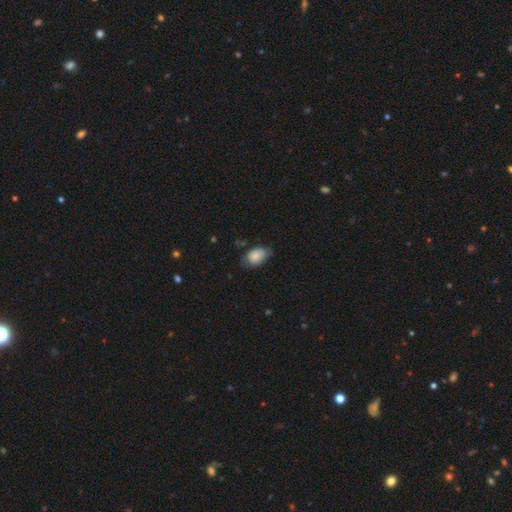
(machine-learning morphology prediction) smooth 78%, featured or disk 15%, star or artifact 8%. Down the decision tree: how rounded — in between (82%); merging — none (58%).